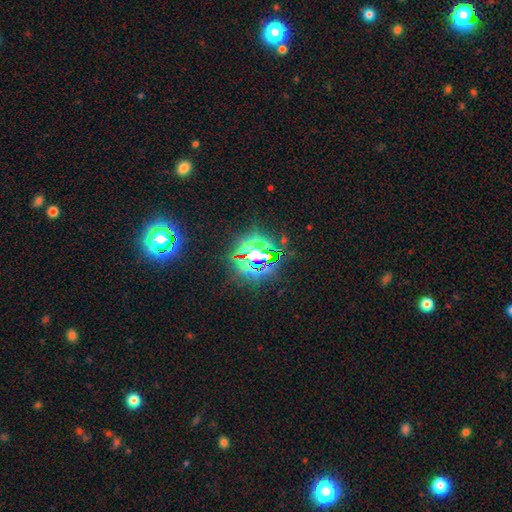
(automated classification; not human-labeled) Smooth or featured: star or artifact — 75% (smooth — 15%)